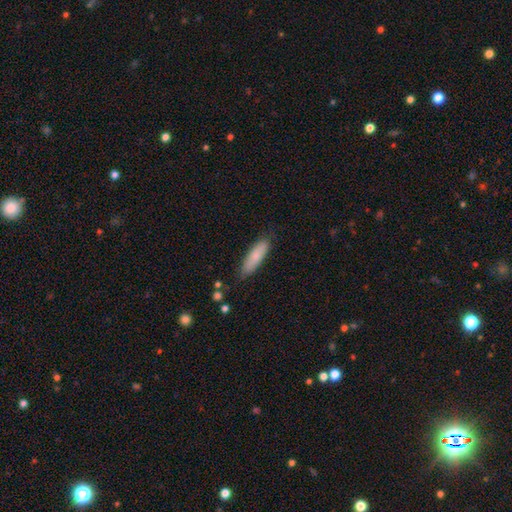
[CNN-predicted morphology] This is clearly a smooth galaxy (81%). How rounded: possibly cigar-shaped (58%). Merging: clearly none (80%).